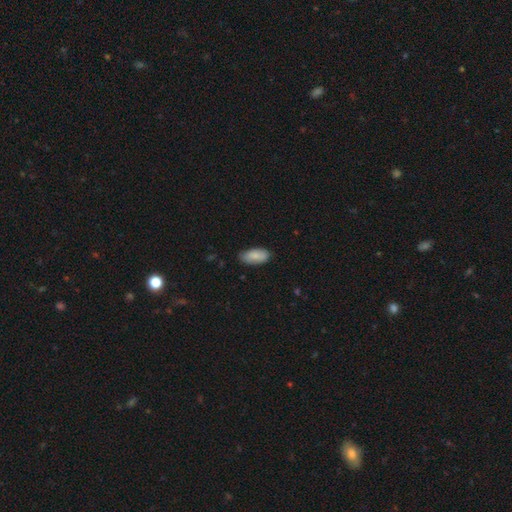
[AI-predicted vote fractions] This is clearly a smooth galaxy (87%). How rounded: clearly in between (91%). Merging: likely none (79%).